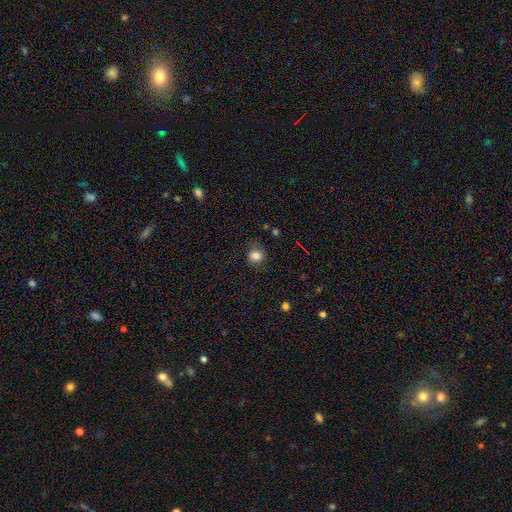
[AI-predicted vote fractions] smooth-or-featured: smooth: 82% | star or artifact: 11% | featured or disk: 7%
  how-rounded: round: 77% | in between: 22% | cigar-shaped: 1%
  merging: none: 78% | minor disturbance: 16% | major disturbance: 5% | merger: 1%